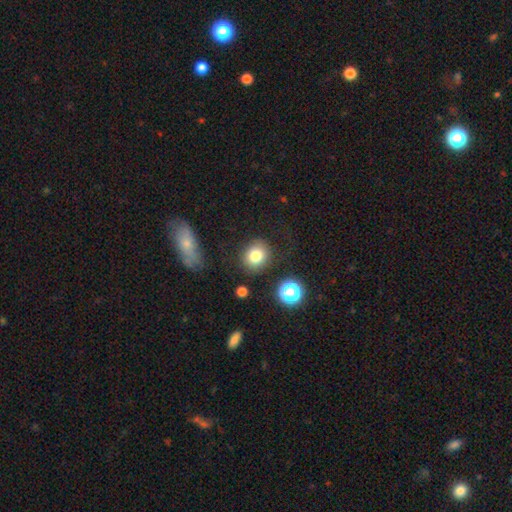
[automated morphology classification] smooth-or-featured: smooth: 80% | star or artifact: 11% | featured or disk: 9%
  how-rounded: round: 75% | in between: 24% | cigar-shaped: 1%
  merging: none: 81% | minor disturbance: 11% | major disturbance: 4% | merger: 3%